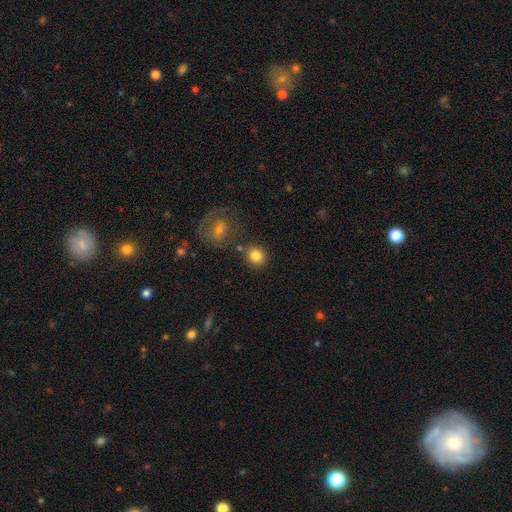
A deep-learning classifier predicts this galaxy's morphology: A smooth galaxy with no disk features (83%) that is round (87%). Merging: none (76%).